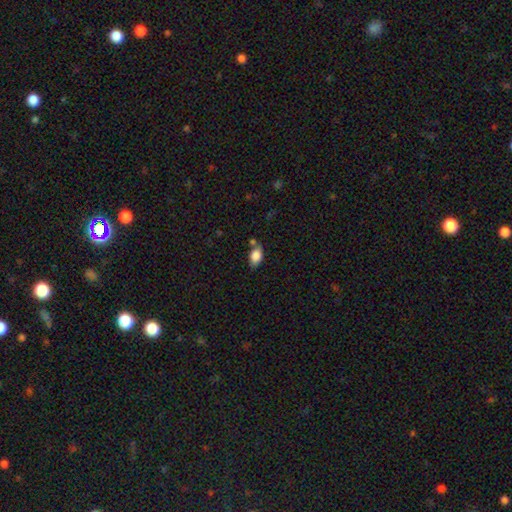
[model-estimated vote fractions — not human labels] This appears to be a smooth galaxy with no disk features (85%) that is in between round and cigar-shaped (87%). Merging: none (58%).